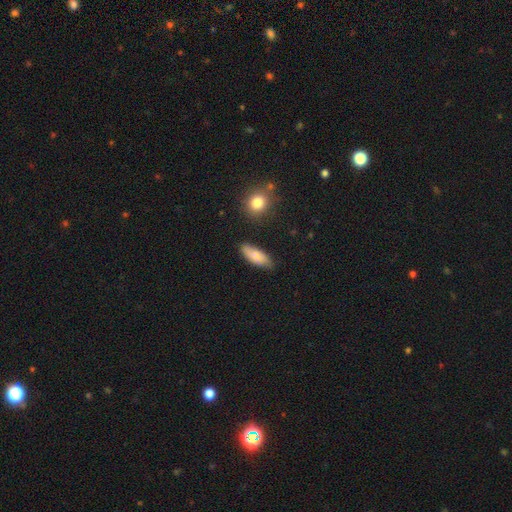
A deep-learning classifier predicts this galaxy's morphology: type=smooth (75%); roundness=in between (76%); merging=none (76%).